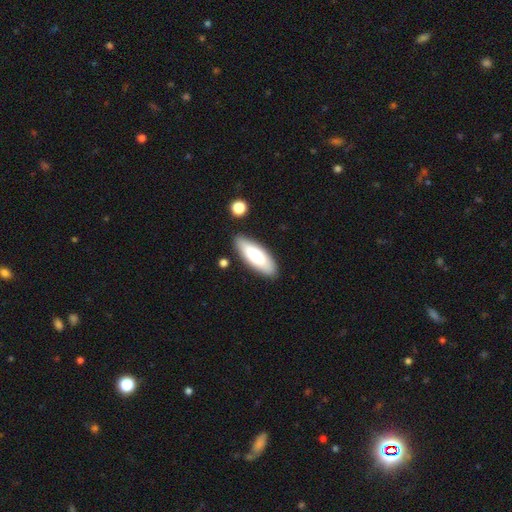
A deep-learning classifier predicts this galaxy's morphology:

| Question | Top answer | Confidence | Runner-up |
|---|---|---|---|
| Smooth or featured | smooth | 77% | featured or disk (18%) |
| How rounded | in between | 61% | cigar-shaped (38%) |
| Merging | none | 86% | minor disturbance (10%) |